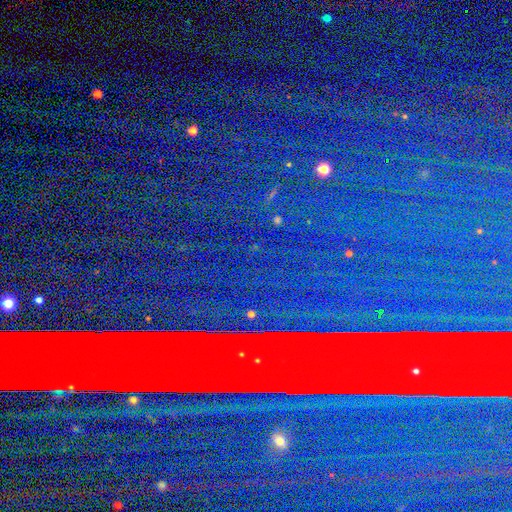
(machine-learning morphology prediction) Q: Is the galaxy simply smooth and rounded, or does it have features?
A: star or artifact — 84%.